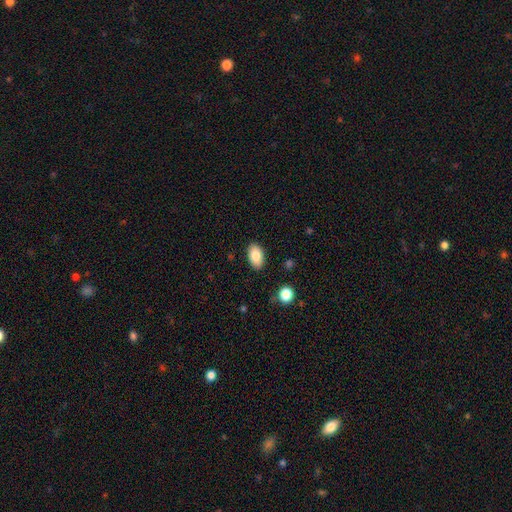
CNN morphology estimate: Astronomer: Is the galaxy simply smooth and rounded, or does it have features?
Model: smooth — 84%.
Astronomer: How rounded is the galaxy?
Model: in between — 93%.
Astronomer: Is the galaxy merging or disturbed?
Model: none — 88%.